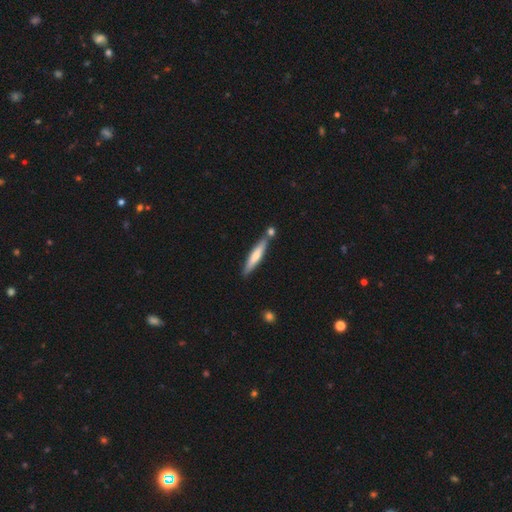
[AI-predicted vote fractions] A smooth galaxy with no disk features (57%) that is cigar-shaped (91%). Merging: none (72%).